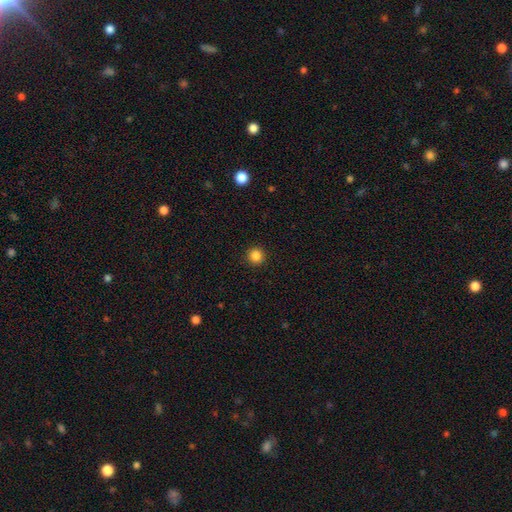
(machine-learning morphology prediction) A smooth galaxy with no disk features (85%) that is round (95%). Merging: none (93%).